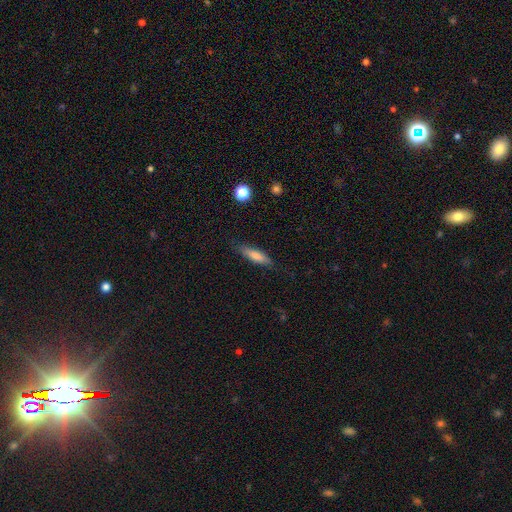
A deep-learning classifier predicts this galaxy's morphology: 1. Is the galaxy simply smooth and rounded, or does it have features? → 70% smooth, 23% featured or disk, 7% star or artifact.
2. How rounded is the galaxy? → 75% cigar-shaped, 23% in between, 2% round.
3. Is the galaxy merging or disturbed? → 82% none, 14% minor disturbance, 3% major disturbance, 1% merger.